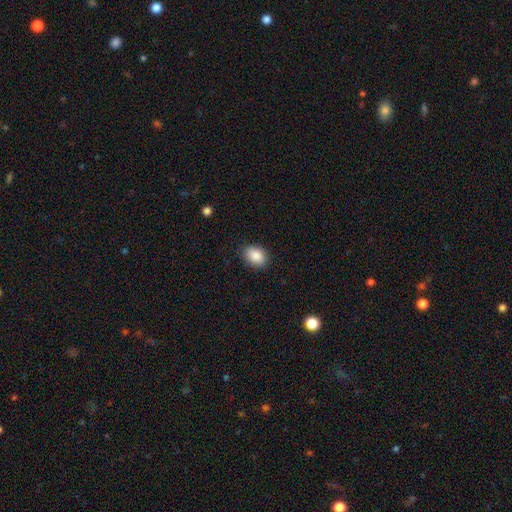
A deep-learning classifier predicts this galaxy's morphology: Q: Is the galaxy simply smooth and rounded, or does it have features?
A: smooth — 88%.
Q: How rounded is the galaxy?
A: in between — 74%.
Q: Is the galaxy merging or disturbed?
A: none — 86%.